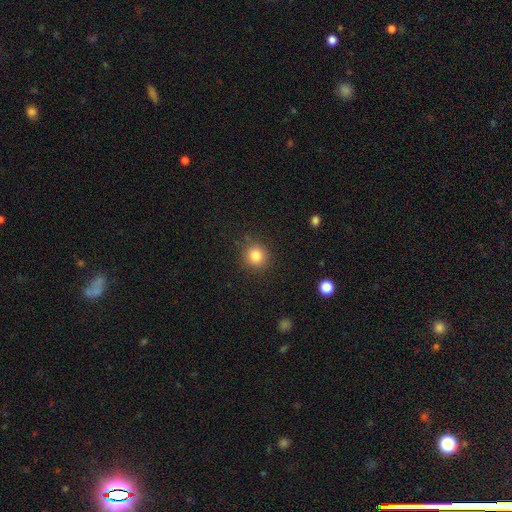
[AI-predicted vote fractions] Morphology: type=smooth (83%); roundness=round (91%); merging=none (88%).